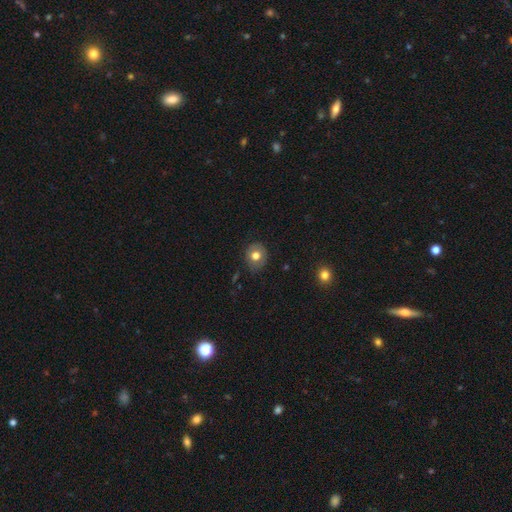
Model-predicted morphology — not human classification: Smooth or featured? Predicted: smooth (p=0.73). How rounded? Predicted: round (p=0.70). Merging? Predicted: none (p=0.82).